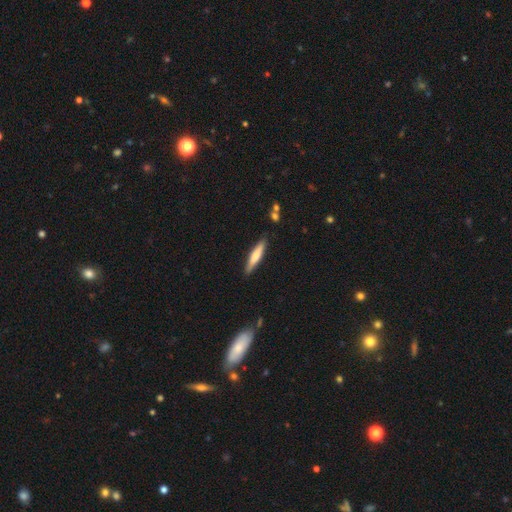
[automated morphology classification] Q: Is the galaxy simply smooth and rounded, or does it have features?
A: smooth — 65%.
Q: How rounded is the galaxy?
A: cigar-shaped — 86%.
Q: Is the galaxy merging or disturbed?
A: none — 87%.